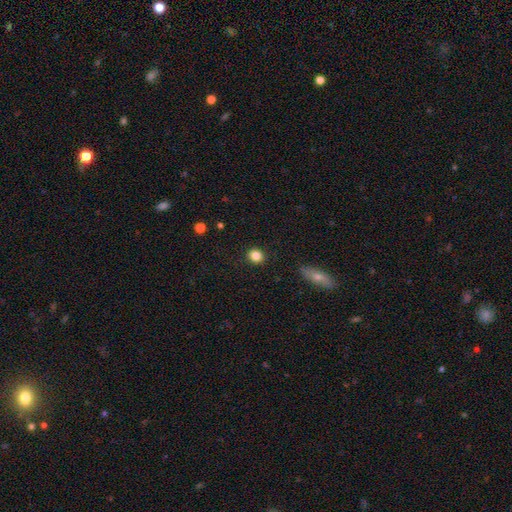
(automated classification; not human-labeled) Smooth or featured? smooth (84%)
How rounded? round (83%)
Merging? none (90%)